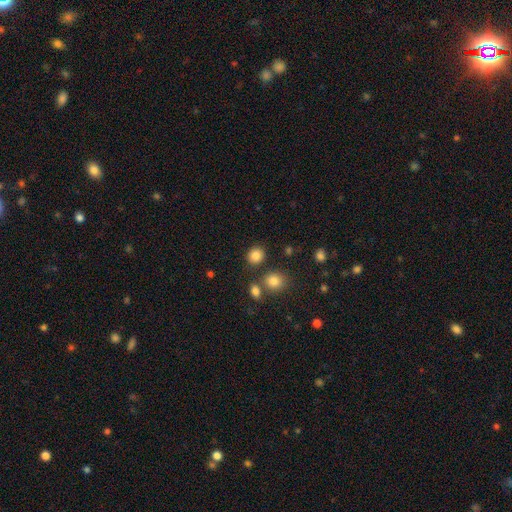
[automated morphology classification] Smooth or featured: smooth — 85% (star or artifact — 11%)
How rounded: round — 78% (in between — 21%)
Merging: none — 81% (minor disturbance — 9%)